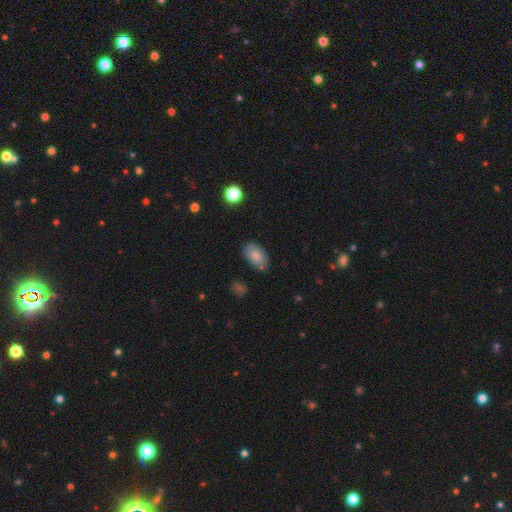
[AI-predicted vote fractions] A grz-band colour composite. It shows a smooth galaxy with no disk features (82%) that is in between round and cigar-shaped (93%). Merging: none (75%).